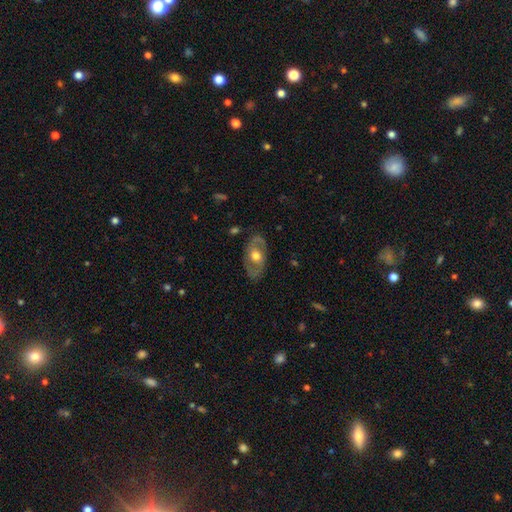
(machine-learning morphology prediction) smooth_or_featured: featured or disk (p=0.63) [alt: smooth p=0.32]
disk_edge_on: no (p=0.90) [alt: yes p=0.10]
bar: no (p=0.75) [alt: weak p=0.20]
has_spiral_arms: no (p=0.51) [alt: yes p=0.49]
bulge_size: moderate (p=0.71) [alt: large p=0.19]
merging: none (p=0.79) [alt: minor disturbance p=0.15]